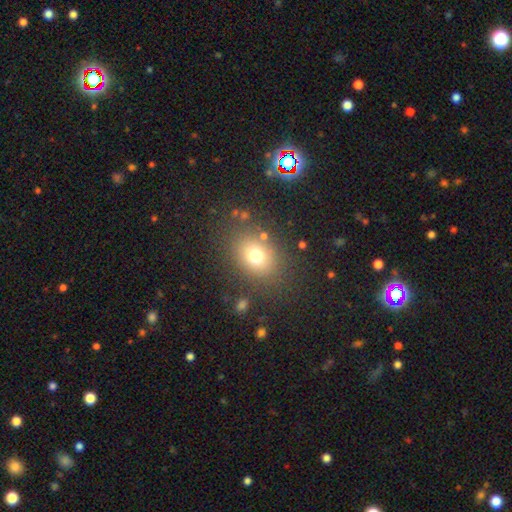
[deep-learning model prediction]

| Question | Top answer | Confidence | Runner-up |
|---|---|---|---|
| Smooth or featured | smooth | 72% | star or artifact (15%) |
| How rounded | round | 51% | in between (47%) |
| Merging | none | 80% | minor disturbance (11%) |